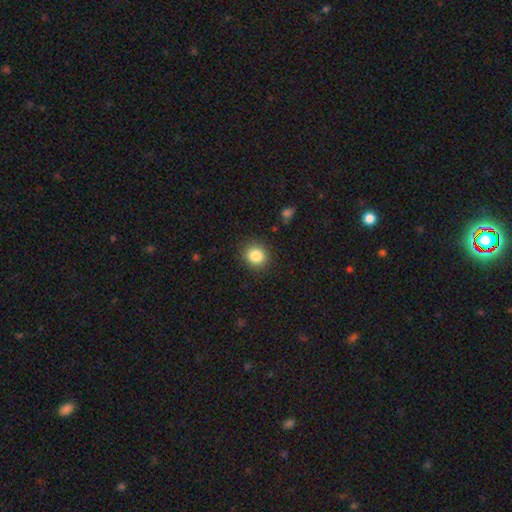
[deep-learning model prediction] Morphology: type=smooth (85%); roundness=round (84%); merging=none (89%).